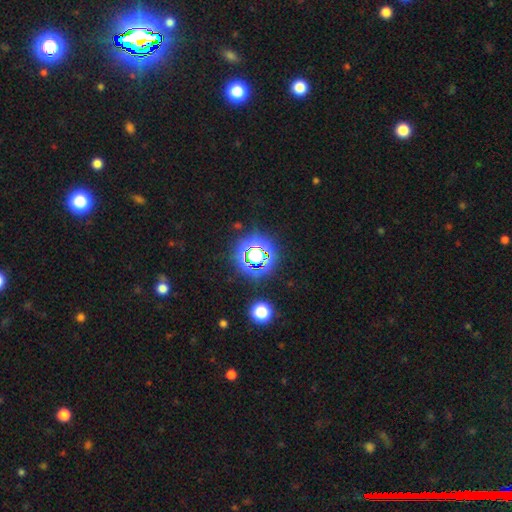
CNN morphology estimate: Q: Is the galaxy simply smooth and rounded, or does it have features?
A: star or artifact — 62%.